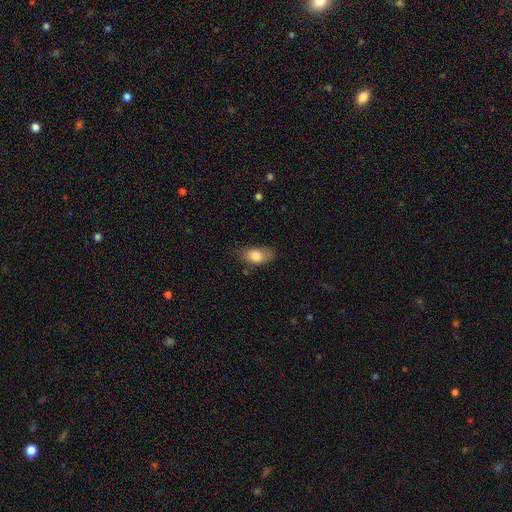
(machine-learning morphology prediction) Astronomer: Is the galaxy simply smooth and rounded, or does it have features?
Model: smooth — 81%.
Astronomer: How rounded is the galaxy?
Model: in between — 90%.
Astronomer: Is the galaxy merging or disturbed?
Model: none — 66%.